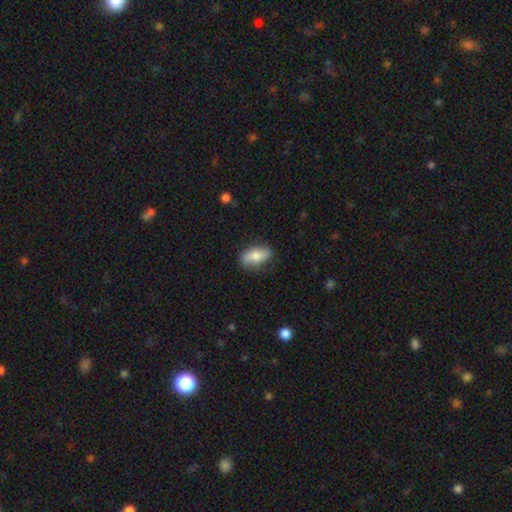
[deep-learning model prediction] A smooth galaxy with no disk features (69%) that is in between round and cigar-shaped (85%).

Vote fractions:
- Smooth or featured? smooth: 69% / featured or disk: 24% / star or artifact: 7%
- How rounded? in between: 85% / cigar-shaped: 9% / round: 6%
- Merging? none: 81% / minor disturbance: 14% / major disturbance: 3% / merger: 1%